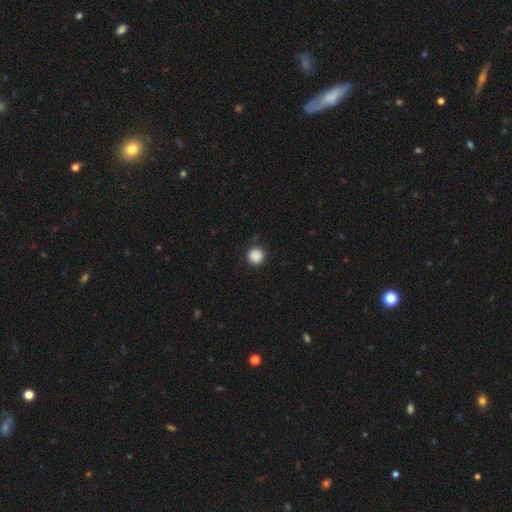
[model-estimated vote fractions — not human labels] Smooth or featured? smooth (88%)
How rounded? round (95%)
Merging? none (90%)